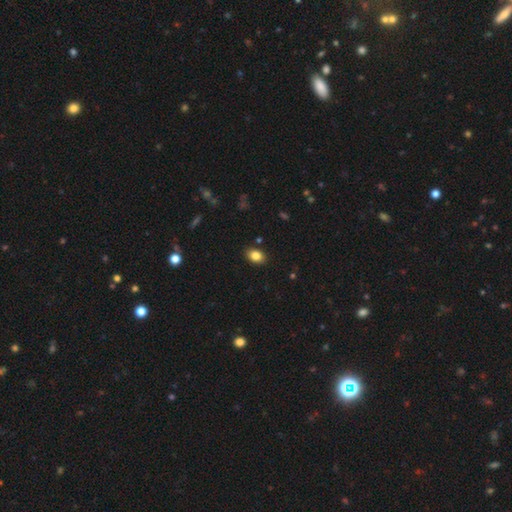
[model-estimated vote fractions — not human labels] A smooth galaxy with no disk features (84%) that is in between round and cigar-shaped (76%). Merging: none (87%).